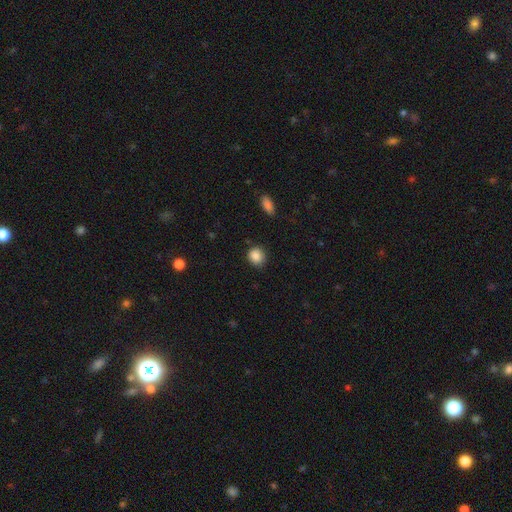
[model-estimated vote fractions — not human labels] The model was most divided on "how rounded": round: 75%, in between: 23%, cigar-shaped: 1%. More confident: smooth or featured — smooth (88%); merging — none (84%).